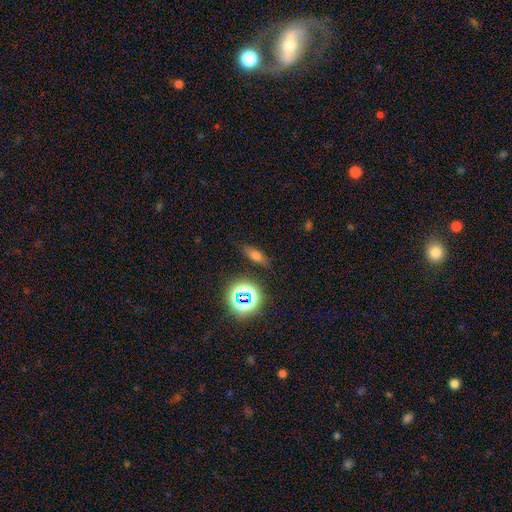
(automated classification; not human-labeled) Smooth or featured?
  - smooth: 61% *
  - star or artifact: 23%
  - featured or disk: 16%
How rounded?
  - in between: 58% *
  - cigar-shaped: 32%
  - round: 11%
Merging?
  - none: 82% *
  - minor disturbance: 12%
  - major disturbance: 4%
  - merger: 2%